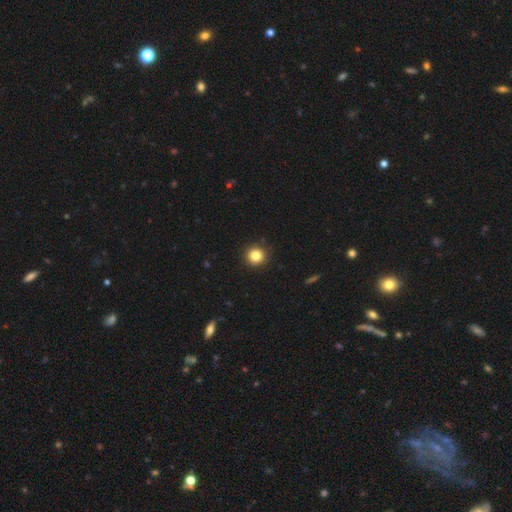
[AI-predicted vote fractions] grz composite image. It shows a smooth galaxy with no disk features (83%) that is round (94%). Merging: none (92%).